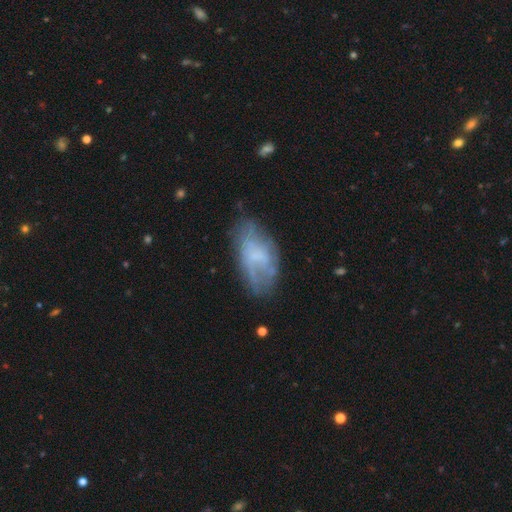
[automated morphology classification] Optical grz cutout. It shows a featured or disk galaxy (50%). Merging: none (55%).